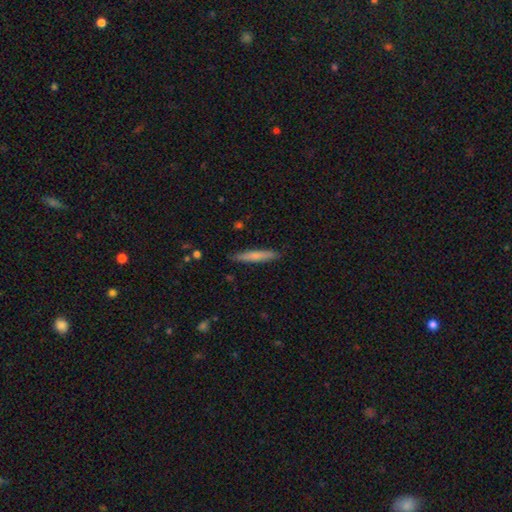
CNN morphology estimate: A smooth galaxy with no disk features (70%) that is cigar-shaped (94%). Merging: none (89%).